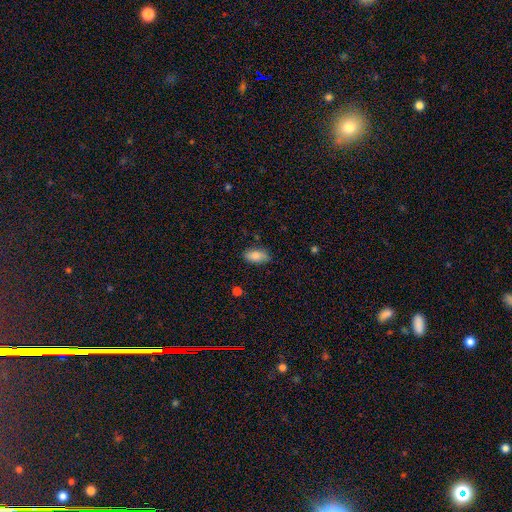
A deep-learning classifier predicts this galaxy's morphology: This appears to be a smooth galaxy with no disk features (84%) that is in between round and cigar-shaped (92%). Merging: none (80%).